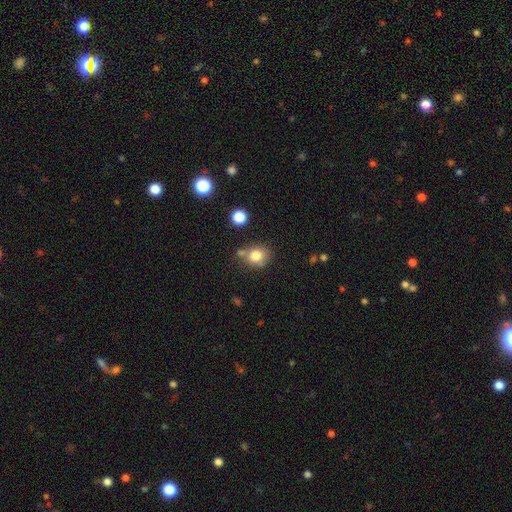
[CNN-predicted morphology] A smooth galaxy with no disk features (80%) that is round (72%). Merging: none (61%).